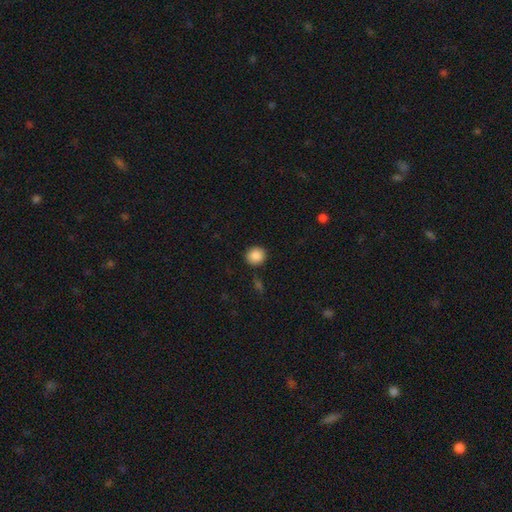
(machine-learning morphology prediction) A smooth galaxy with no disk features (88%) that is round (87%). Merging: none (89%).